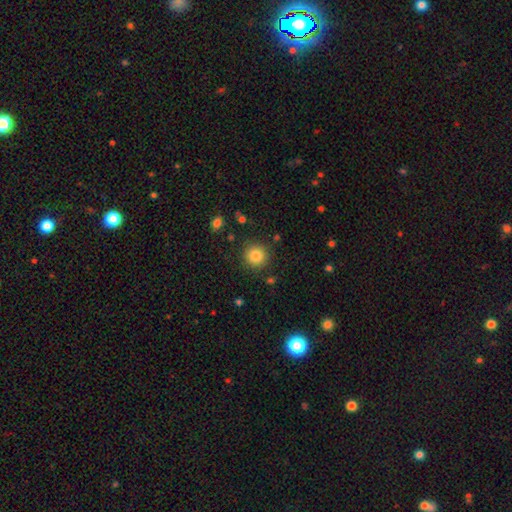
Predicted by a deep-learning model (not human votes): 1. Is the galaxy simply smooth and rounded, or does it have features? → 84% smooth, 11% star or artifact, 6% featured or disk.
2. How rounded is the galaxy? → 94% round, 5% in between, 1% cigar-shaped.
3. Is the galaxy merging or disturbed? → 89% none, 7% minor disturbance, 3% major disturbance, 2% merger.